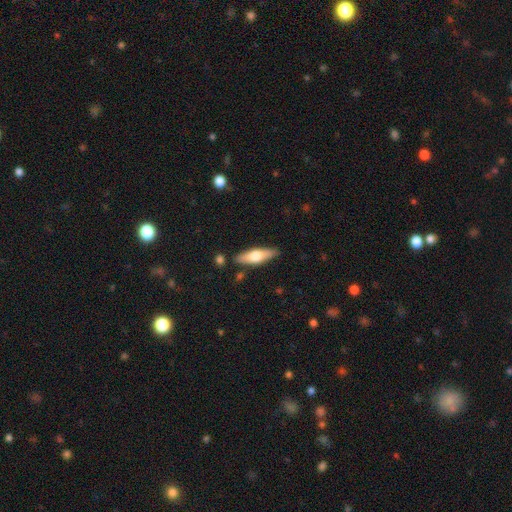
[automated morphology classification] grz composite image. It shows a smooth galaxy with no disk features (55%) that is cigar-shaped (53%). Merging: none (84%).